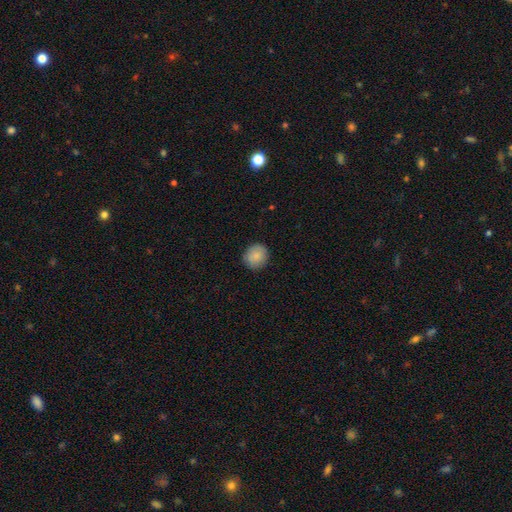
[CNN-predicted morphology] Smooth or featured: smooth — 87% (star or artifact — 7%)
How rounded: round — 80% (in between — 19%)
Merging: none — 87% (minor disturbance — 10%)